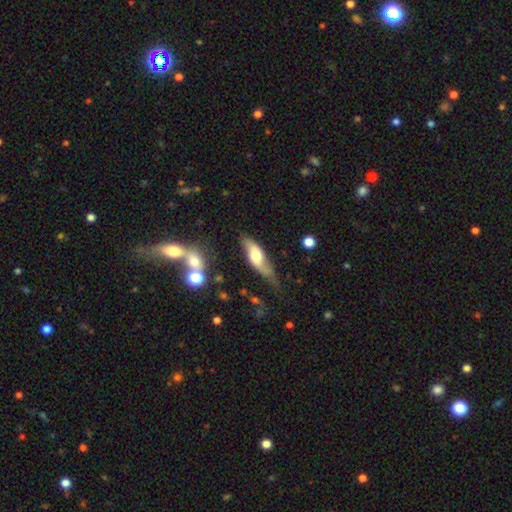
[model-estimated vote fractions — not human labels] Smooth or featured? featured or disk (49%)
Merging? none (49%)